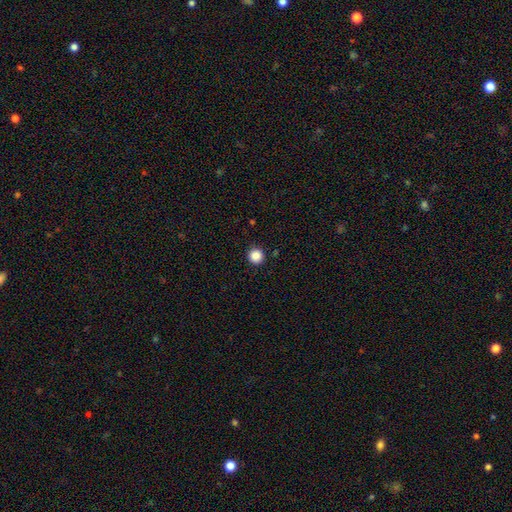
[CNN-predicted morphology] Smooth or featured?
  - smooth: 87% *
  - star or artifact: 11%
  - featured or disk: 3%
How rounded?
  - round: 96% *
  - in between: 3%
  - cigar-shaped: 1%
Merging?
  - none: 92% *
  - minor disturbance: 5%
  - major disturbance: 2%
  - merger: 1%